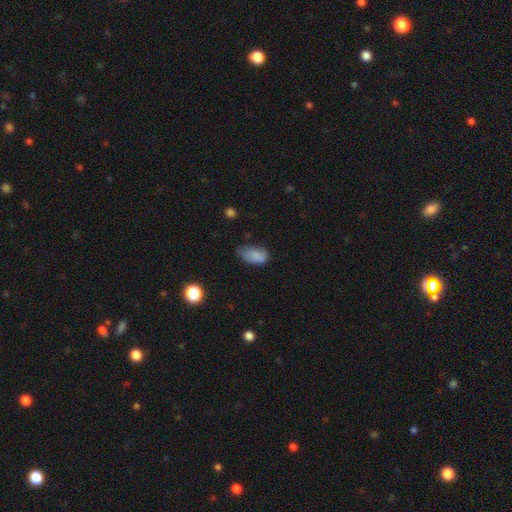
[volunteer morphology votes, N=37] Smooth or featured? 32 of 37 (86%) said smooth. How rounded? 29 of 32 (91%) said in between. Merging? 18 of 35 (51%) said none.